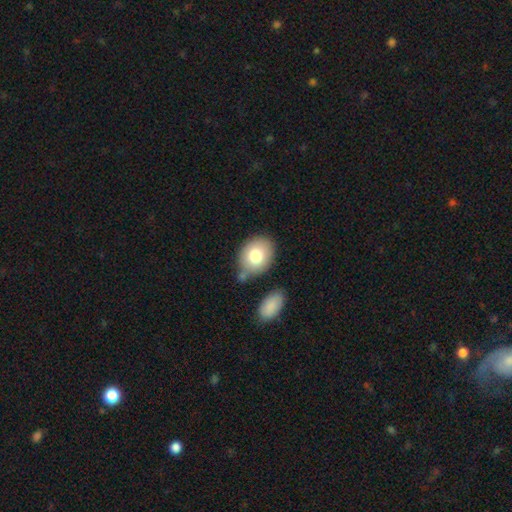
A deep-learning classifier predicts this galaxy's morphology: This is likely a smooth galaxy (78%). How rounded: possibly in between (59%). Merging: likely none (63%).